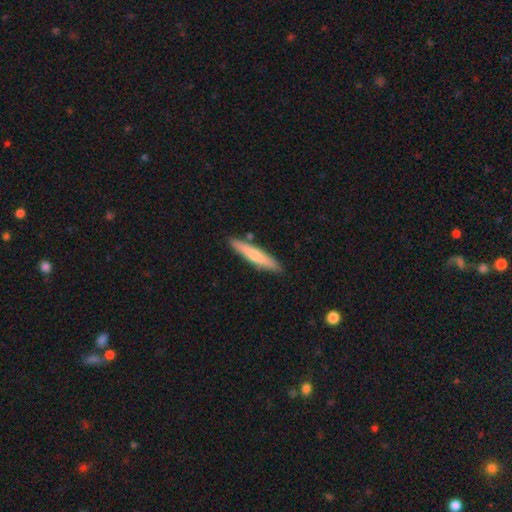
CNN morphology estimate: Smooth or featured?
  - smooth: 65% *
  - featured or disk: 30%
  - star or artifact: 5%
How rounded?
  - cigar-shaped: 91% *
  - in between: 8%
  - round: 1%
Merging?
  - none: 85% *
  - minor disturbance: 10%
  - merger: 4%
  - major disturbance: 2%